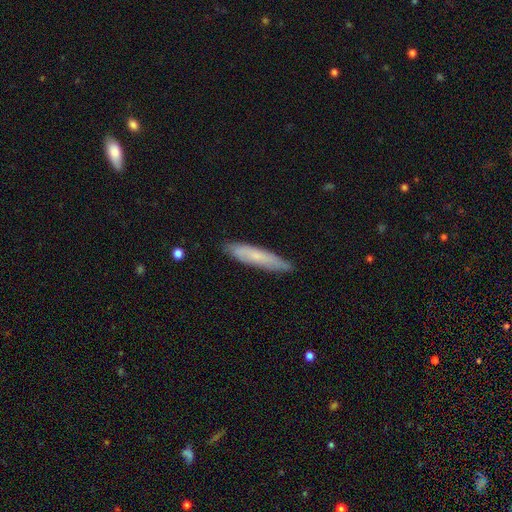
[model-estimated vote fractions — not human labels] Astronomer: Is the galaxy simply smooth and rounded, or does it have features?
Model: smooth — 65%.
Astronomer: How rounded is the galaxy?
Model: cigar-shaped — 87%.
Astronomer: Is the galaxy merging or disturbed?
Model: none — 86%.